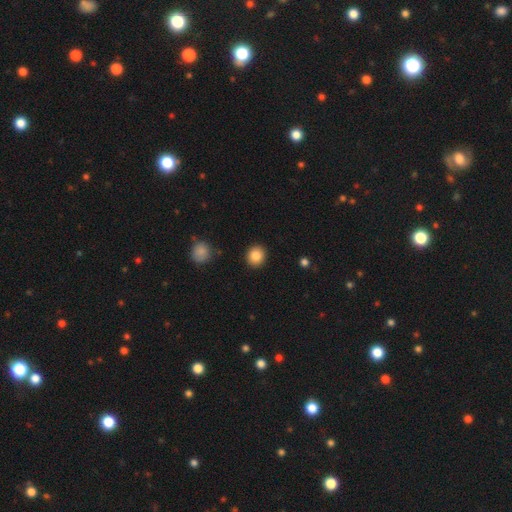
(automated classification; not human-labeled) This is clearly a smooth galaxy (85%). How rounded: clearly round (81%). Merging: clearly none (90%).